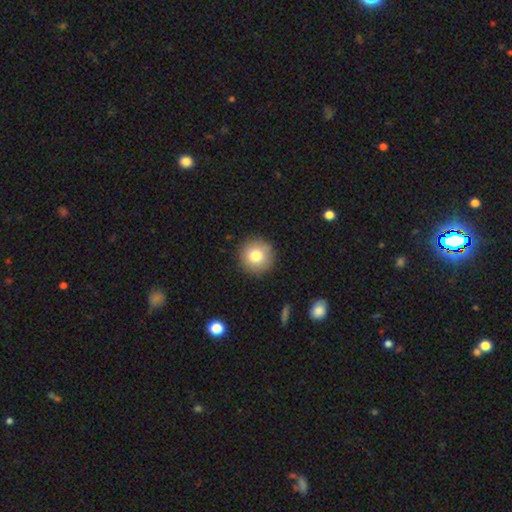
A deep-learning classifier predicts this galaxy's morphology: type=smooth (79%); roundness=round (95%); merging=none (89%).